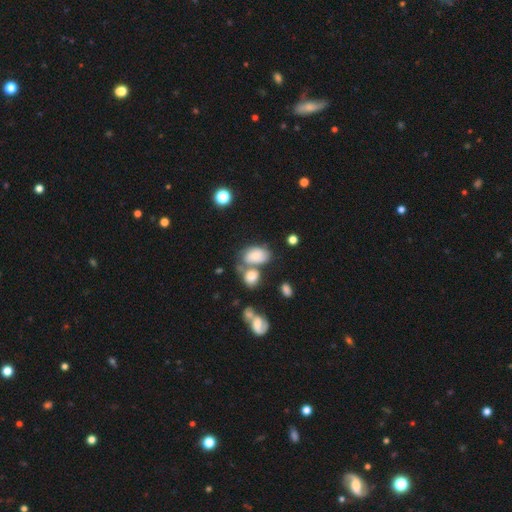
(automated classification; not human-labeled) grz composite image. It shows a smooth galaxy with no disk features (73%) that is in between round and cigar-shaped (87%). Merging: merger (38%).